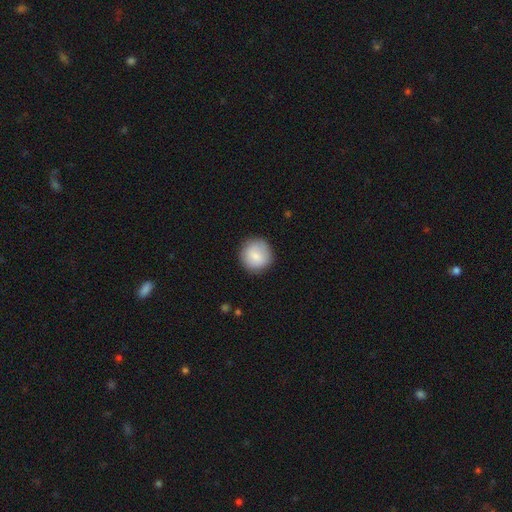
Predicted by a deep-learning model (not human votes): Smooth or featured? Predicted: smooth (p=0.84). How rounded? Predicted: round (p=0.93). Merging? Predicted: none (p=0.88).